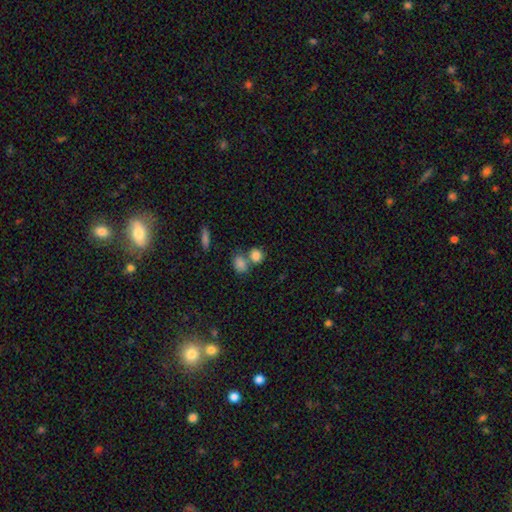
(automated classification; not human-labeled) This appears to be a smooth galaxy with no disk features (83%) that is round (64%). Merging: none (46%).